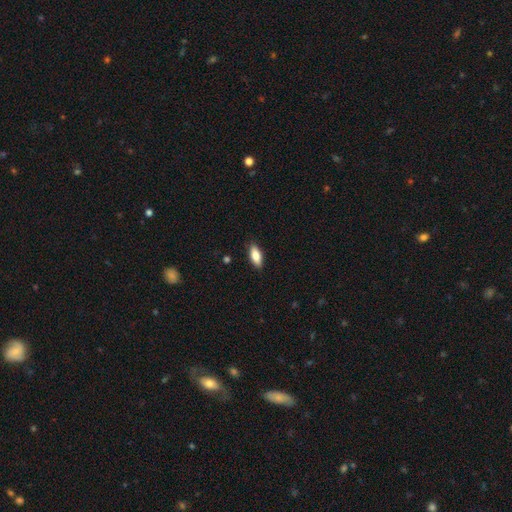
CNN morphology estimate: smooth-or-featured: smooth: 80% | featured or disk: 13% | star or artifact: 6%
  how-rounded: in between: 80% | cigar-shaped: 18% | round: 2%
  merging: none: 87% | minor disturbance: 10% | major disturbance: 2% | merger: 1%